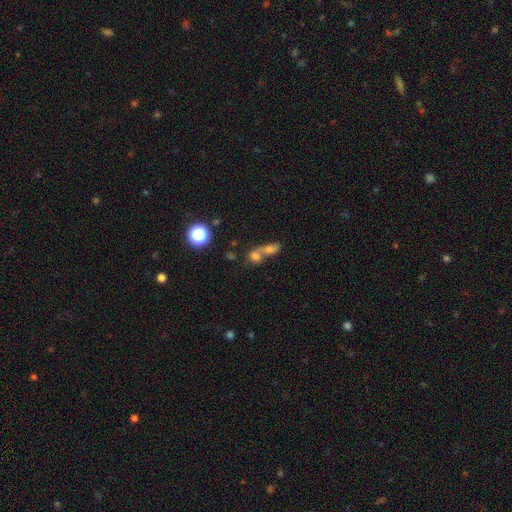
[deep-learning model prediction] smooth 66%, featured or disk 18%, star or artifact 17%. Down the decision tree: how rounded — round (48%); merging — merger (71%).